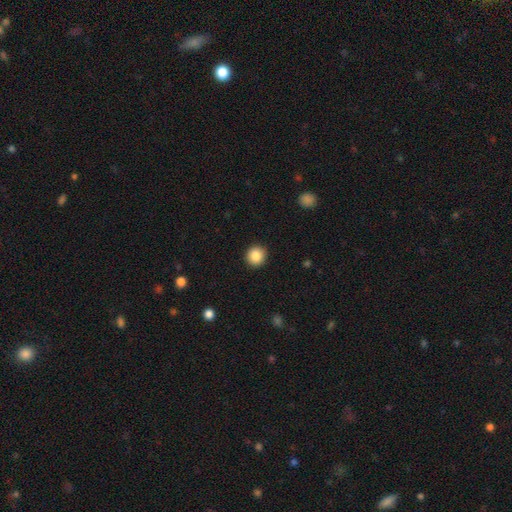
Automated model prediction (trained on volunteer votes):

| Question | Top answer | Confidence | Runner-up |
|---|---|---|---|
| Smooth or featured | smooth | 87% | star or artifact (9%) |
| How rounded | round | 92% | in between (7%) |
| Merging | none | 92% | minor disturbance (5%) |